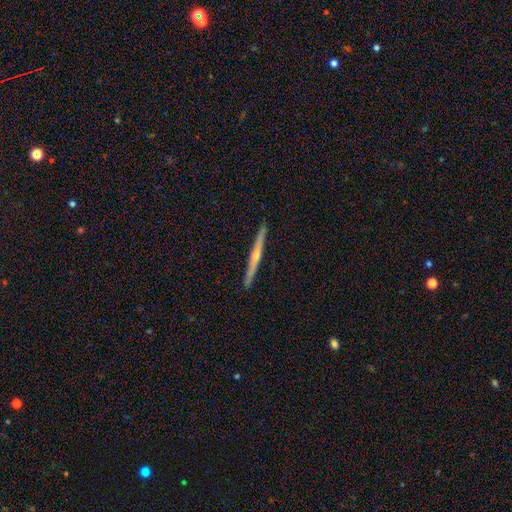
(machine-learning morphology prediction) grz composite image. It shows a featured or disk galaxy (70%) viewed edge-on (98%) with a rounded central bulge (70%). Merging: none (92%).